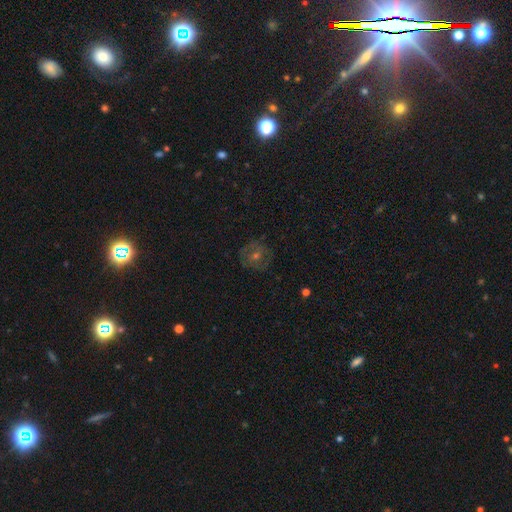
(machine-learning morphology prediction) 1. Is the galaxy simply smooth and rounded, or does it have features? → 52% featured or disk, 28% smooth, 20% star or artifact.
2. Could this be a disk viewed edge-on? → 96% no, 4% yes.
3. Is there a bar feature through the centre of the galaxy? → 72% no, 22% weak, 5% strong.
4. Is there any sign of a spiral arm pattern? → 63% yes, 37% no.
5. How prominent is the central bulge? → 55% moderate, 39% small, 3% large, 2% none, 1% dominant.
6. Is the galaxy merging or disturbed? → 82% none, 12% minor disturbance, 5% major disturbance, 1% merger.